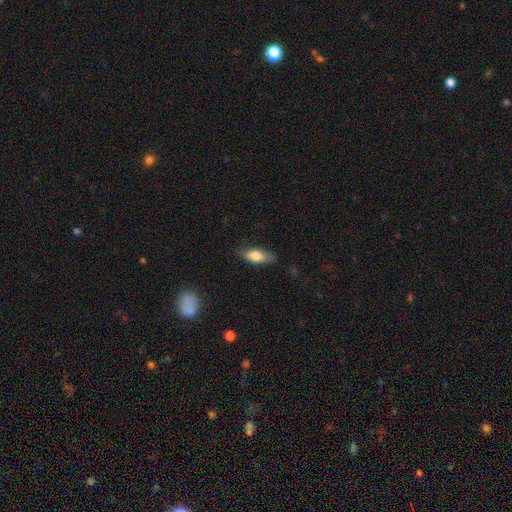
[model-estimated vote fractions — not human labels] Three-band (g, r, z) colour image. It shows a smooth galaxy with no disk features (72%) that is in between round and cigar-shaped (75%). Merging: none (79%).